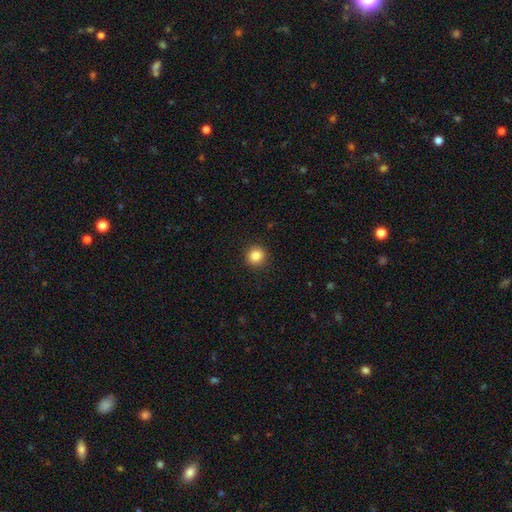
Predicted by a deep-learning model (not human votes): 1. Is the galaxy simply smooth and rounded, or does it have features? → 86% smooth, 10% star or artifact, 4% featured or disk.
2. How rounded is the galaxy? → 93% round, 6% in between, 1% cigar-shaped.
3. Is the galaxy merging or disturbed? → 91% none, 6% minor disturbance, 2% major disturbance, 1% merger.